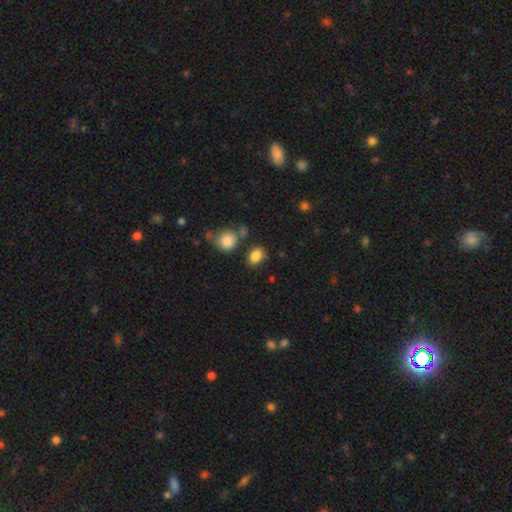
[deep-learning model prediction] A smooth galaxy with no disk features (85%) that is in between round and cigar-shaped (69%). Merging: none (73%).